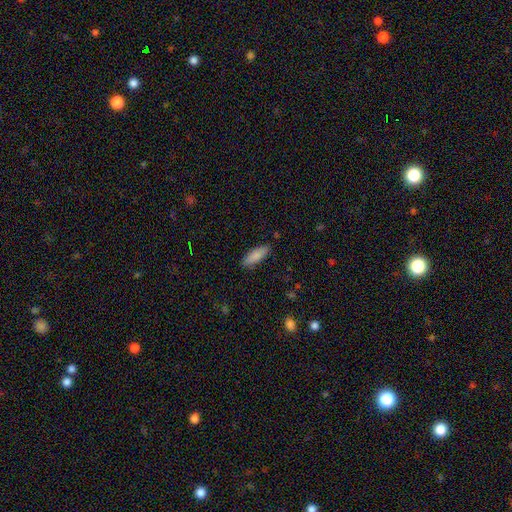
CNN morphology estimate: Overall: smooth (85%). How rounded: in between (58%; cigar-shaped 41%). Merging: none (86%).